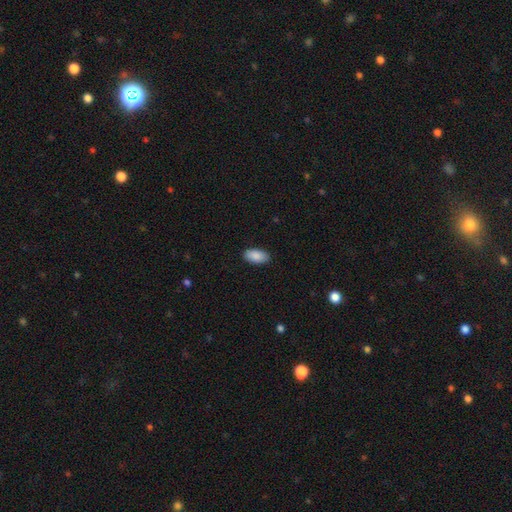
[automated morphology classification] A smooth galaxy with no disk features (89%) that is in between round and cigar-shaped (95%).

Vote fractions:
- Smooth or featured? smooth: 89% / star or artifact: 6% / featured or disk: 4%
- How rounded? in between: 95% / cigar-shaped: 3% / round: 2%
- Merging? none: 88% / minor disturbance: 9% / major disturbance: 2% / merger: 1%